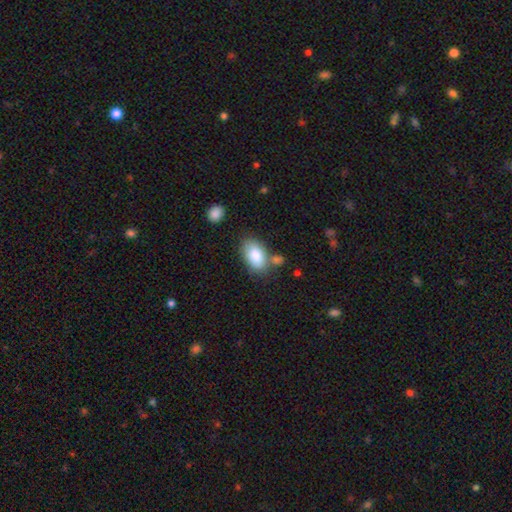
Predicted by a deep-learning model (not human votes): Smooth or featured? smooth (84%)
How rounded? in between (92%)
Merging? none (62%)